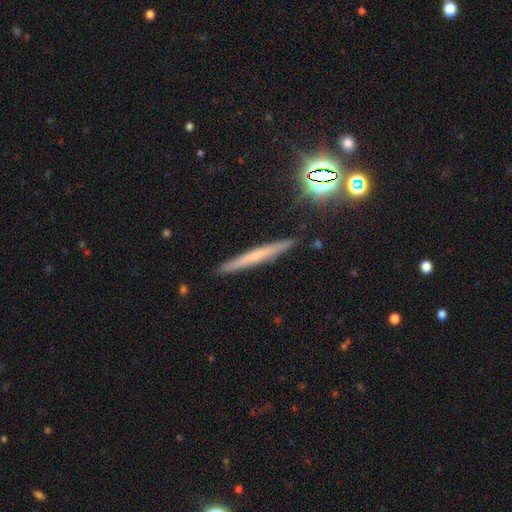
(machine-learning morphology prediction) type=featured or disk (45%); merging=none (90%).